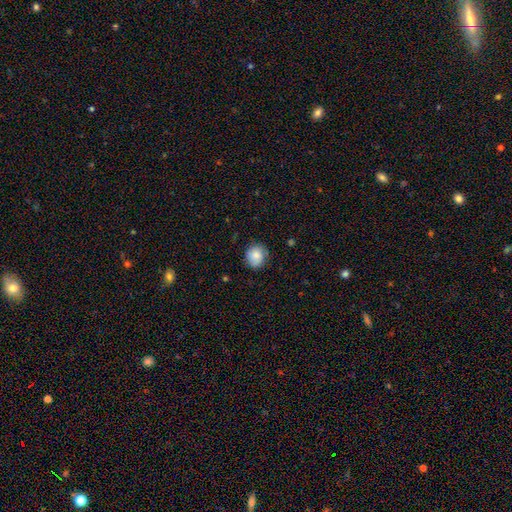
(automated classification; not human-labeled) Morphology: type=smooth (83%); roundness=round (79%); merging=none (79%).